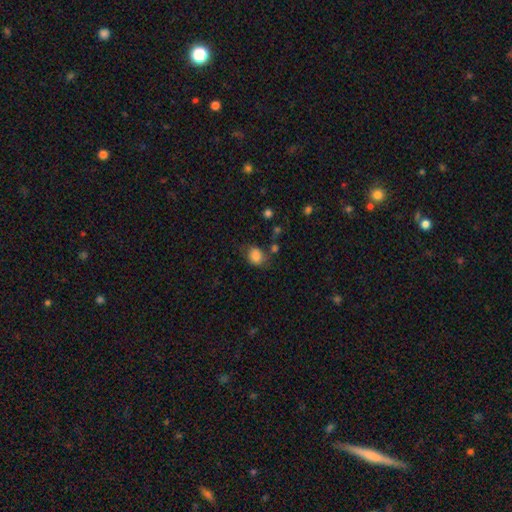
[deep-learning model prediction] smooth_or_featured: smooth (p=0.84) [alt: star or artifact p=0.09]
how_rounded: in between (p=0.56) [alt: round p=0.43]
merging: none (p=0.60) [alt: minor disturbance p=0.24]